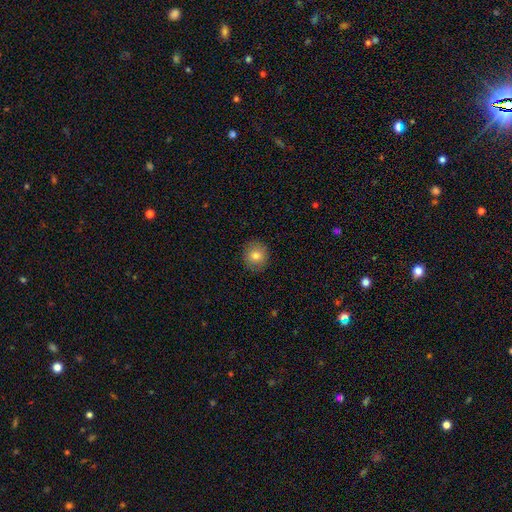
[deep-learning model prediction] Smooth or featured? Predicted: smooth (p=0.80). How rounded? Predicted: round (p=0.88). Merging? Predicted: none (p=0.89).